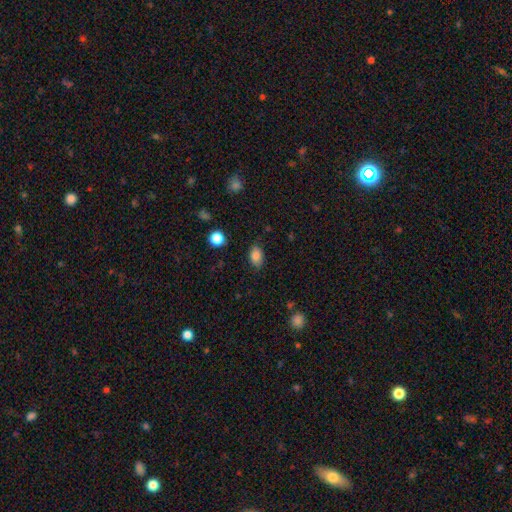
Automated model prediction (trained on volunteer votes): This is clearly a smooth galaxy (85%). How rounded: clearly in between (85%). Merging: clearly none (81%).